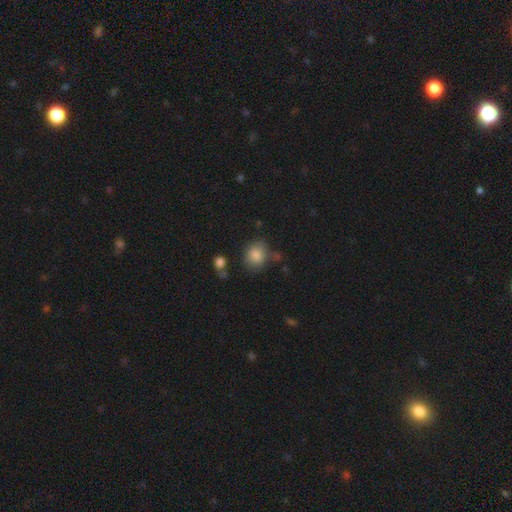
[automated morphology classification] Q: Smooth or featured?
A: smooth (84%); runner-up: star or artifact (10%)
Q: How rounded?
A: round (66%); runner-up: in between (33%)
Q: Merging?
A: none (70%); runner-up: minor disturbance (17%)